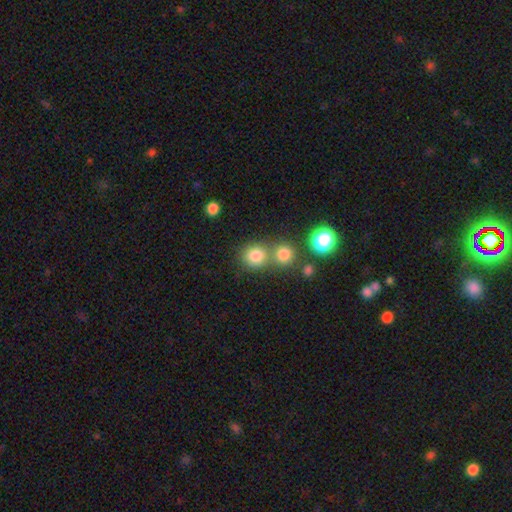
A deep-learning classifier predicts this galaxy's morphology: Smooth or featured: smooth — 80% (star or artifact — 13%)
How rounded: round — 84% (in between — 15%)
Merging: none — 54% (merger — 35%)